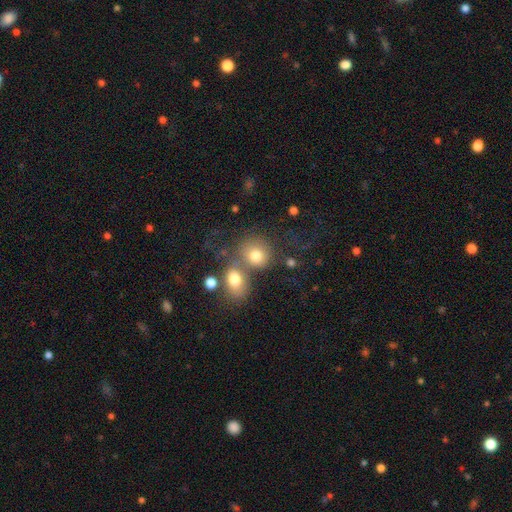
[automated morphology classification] Smooth or featured?
  - smooth: 75% *
  - featured or disk: 12%
  - star or artifact: 12%
How rounded?
  - round: 75% *
  - in between: 24%
  - cigar-shaped: 1%
Merging?
  - none: 42% *
  - merger: 39%
  - minor disturbance: 11%
  - major disturbance: 8%